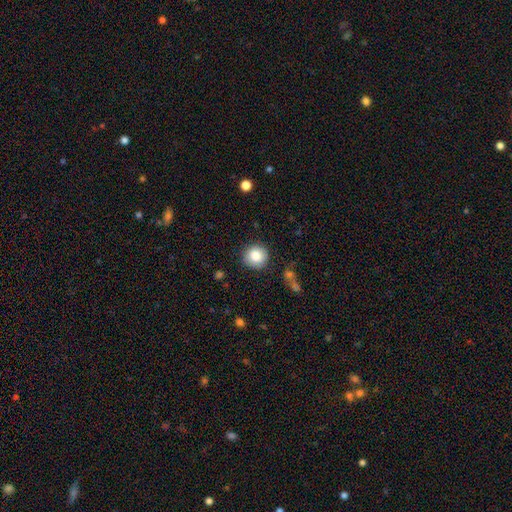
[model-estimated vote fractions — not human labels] Smooth or featured? Predicted: smooth (p=0.84). How rounded? Predicted: round (p=0.92). Merging? Predicted: none (p=0.86).